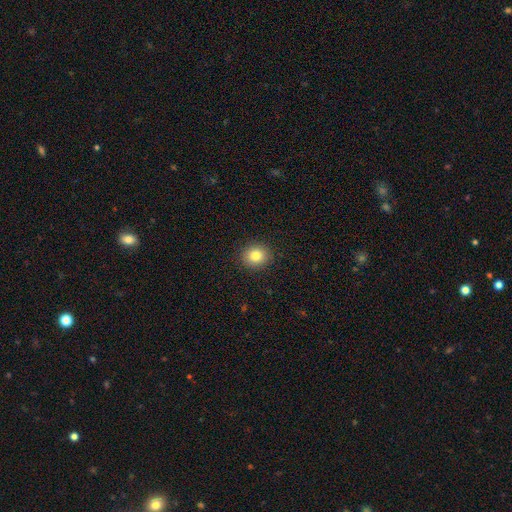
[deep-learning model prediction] Smooth or featured? Predicted: smooth (p=0.82). How rounded? Predicted: round (p=0.82). Merging? Predicted: none (p=0.91).